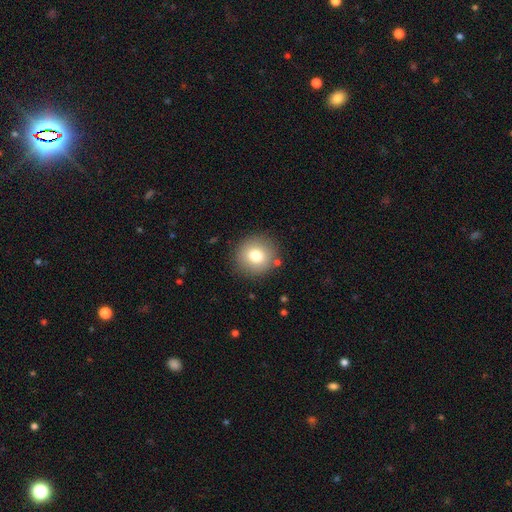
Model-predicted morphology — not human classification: type=smooth (77%); roundness=round (93%); merging=none (87%).